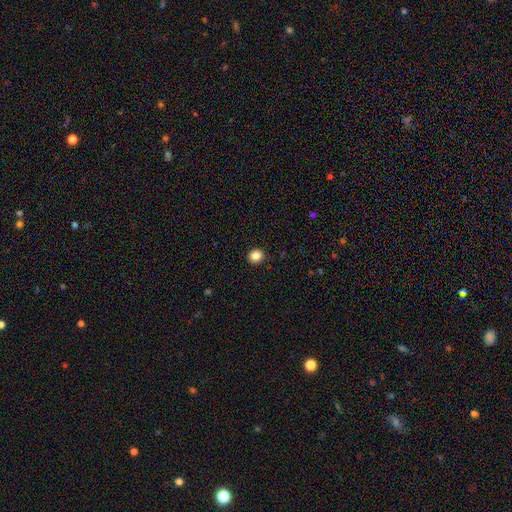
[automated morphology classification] The model was most divided on "how rounded": round: 86%, in between: 13%, cigar-shaped: 1%. More confident: merging — none (93%); smooth or featured — smooth (85%).